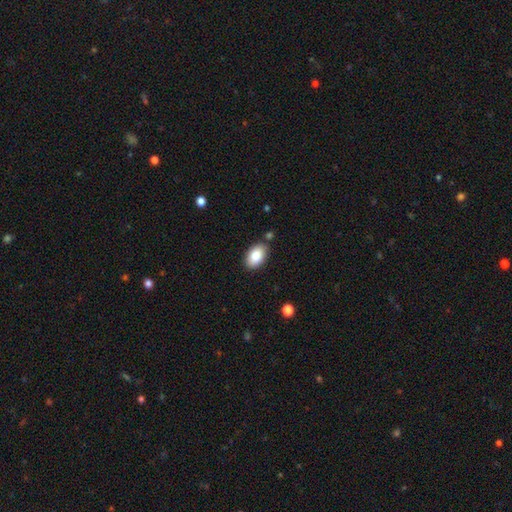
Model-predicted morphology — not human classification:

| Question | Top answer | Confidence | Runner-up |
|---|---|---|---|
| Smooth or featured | smooth | 85% | featured or disk (8%) |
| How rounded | in between | 92% | round (7%) |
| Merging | none | 83% | minor disturbance (11%) |